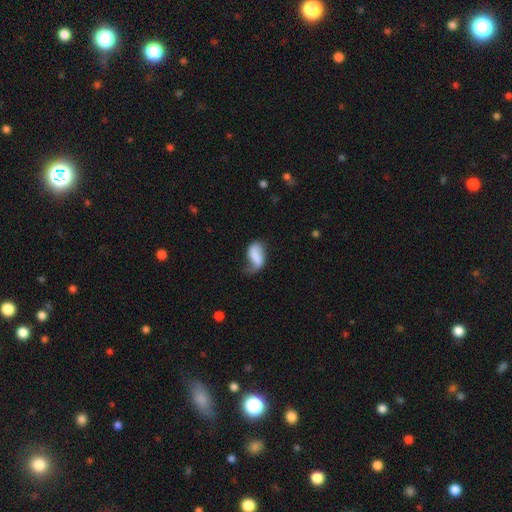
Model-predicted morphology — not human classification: smooth 63%, featured or disk 29%, star or artifact 8%. Down the decision tree: how rounded — in between (91%); merging — minor disturbance (34%).